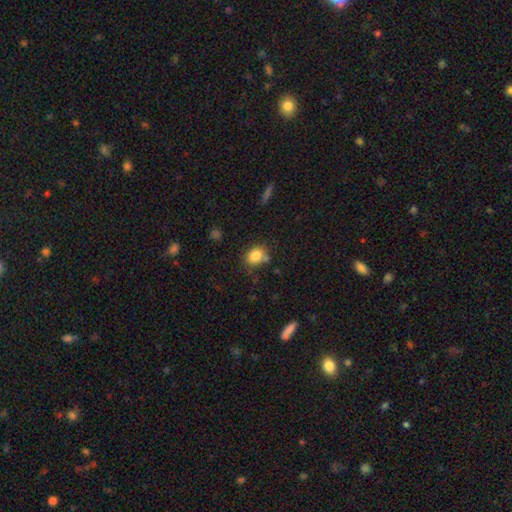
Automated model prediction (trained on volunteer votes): Q: Smooth or featured?
A: smooth (83%); runner-up: star or artifact (10%)
Q: How rounded?
A: round (55%); runner-up: in between (44%)
Q: Merging?
A: none (69%); runner-up: minor disturbance (16%)